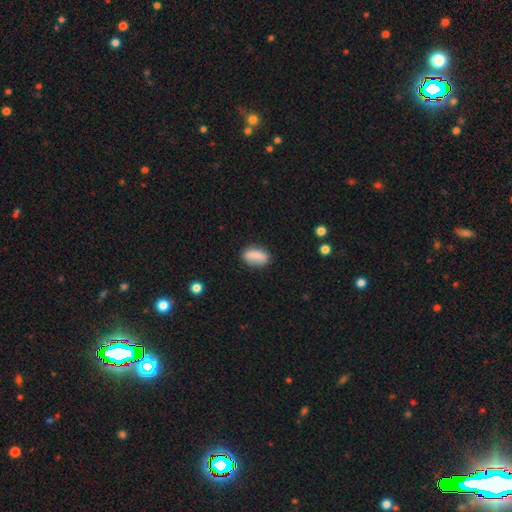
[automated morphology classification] smooth_or_featured: smooth (p=0.81) [alt: featured or disk p=0.11]
how_rounded: in between (p=0.82) [alt: cigar-shaped p=0.12]
merging: none (p=0.76) [alt: minor disturbance p=0.17]